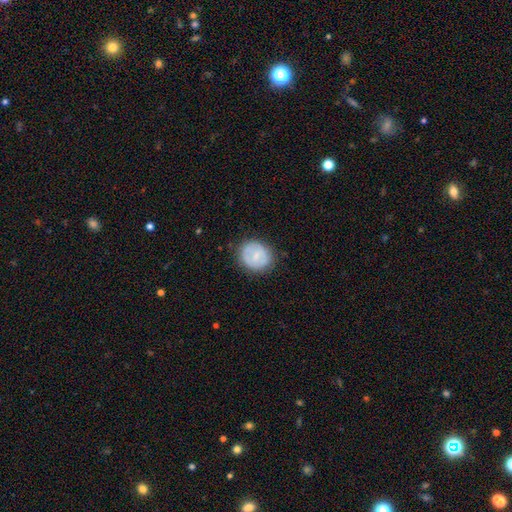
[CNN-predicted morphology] Q: Smooth or featured?
A: smooth (59%); runner-up: featured or disk (34%)
Q: How rounded?
A: round (72%); runner-up: in between (27%)
Q: Merging?
A: none (80%); runner-up: minor disturbance (14%)